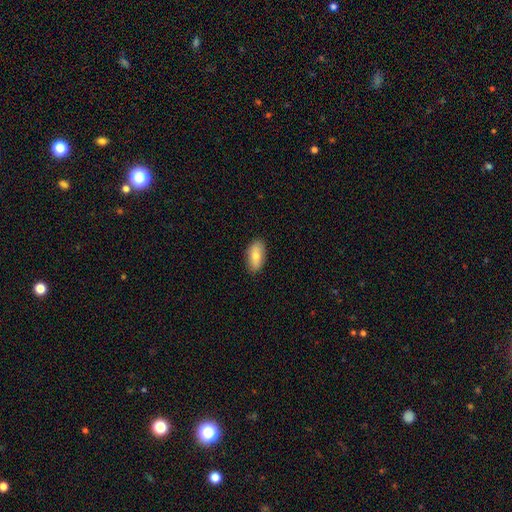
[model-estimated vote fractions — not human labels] A smooth galaxy with no disk features (78%) that is in between round and cigar-shaped (90%). Merging: none (86%).